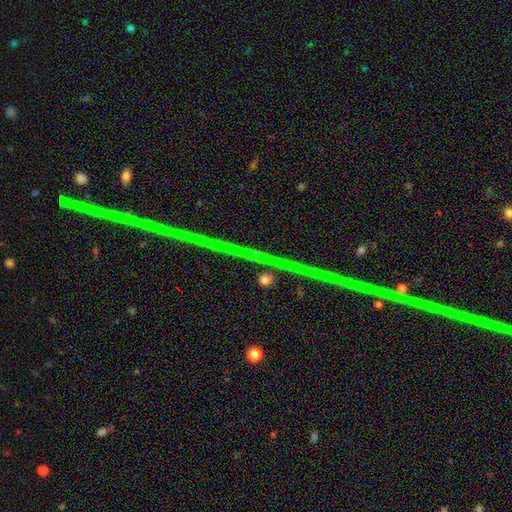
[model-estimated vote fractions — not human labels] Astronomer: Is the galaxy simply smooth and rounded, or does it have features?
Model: star or artifact — 74%.